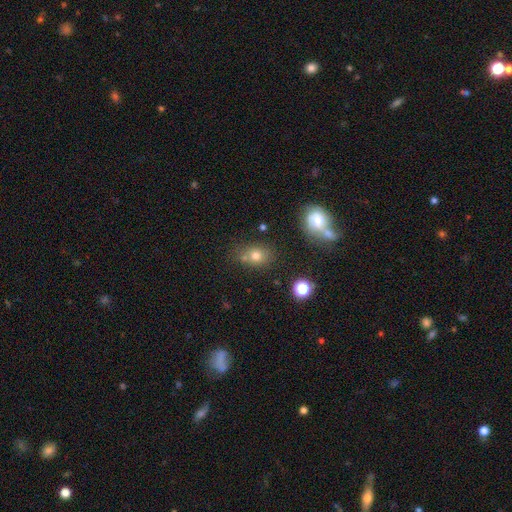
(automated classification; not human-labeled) Smooth or featured? Predicted: smooth (p=0.71). How rounded? Predicted: round (p=0.57). Merging? Predicted: none (p=0.62).